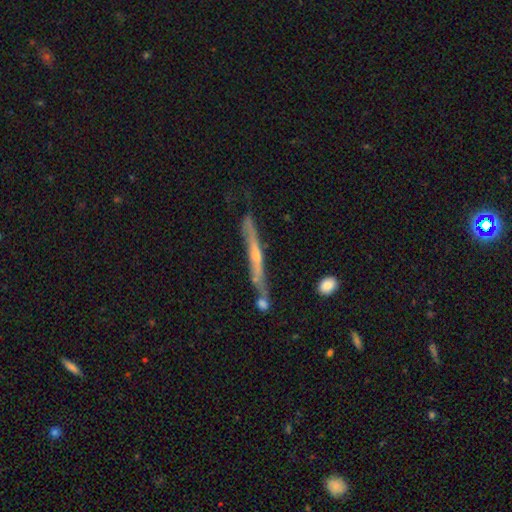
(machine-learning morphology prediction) This appears to be a featured or disk galaxy (75%) viewed edge-on (95%) with a rounded central bulge (64%). Merging: none (75%).